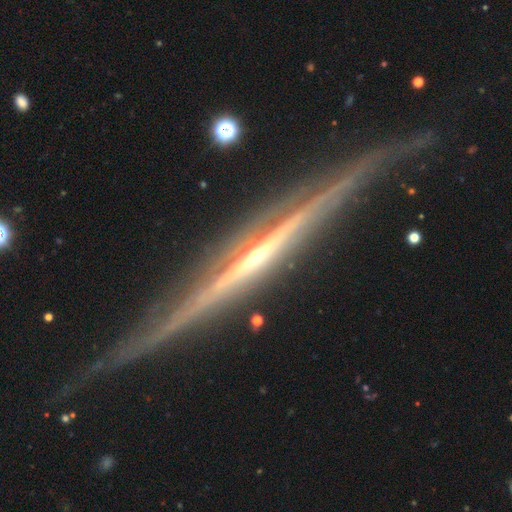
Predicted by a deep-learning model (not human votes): smooth-or-featured: featured or disk: 90% | star or artifact: 5% | smooth: 5%
  disk-edge-on: yes: 97% | no: 3%
    edge-on-bulge: rounded: 55% | none: 35% | boxy: 10%
  merging: none: 83% | minor disturbance: 12% | major disturbance: 3% | merger: 2%